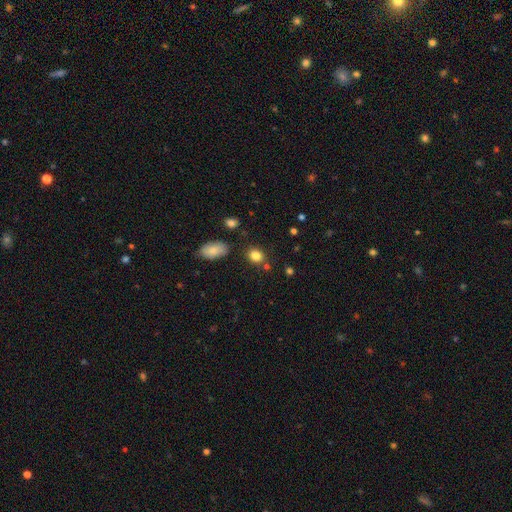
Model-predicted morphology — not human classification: A smooth galaxy with no disk features (84%) that is round (57%). Merging: none (79%).